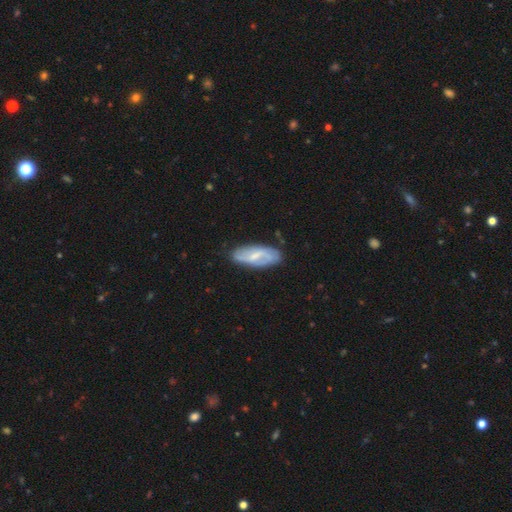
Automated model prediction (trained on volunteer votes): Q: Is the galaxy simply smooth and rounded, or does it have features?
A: featured or disk — 63%.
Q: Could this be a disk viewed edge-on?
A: no — 90%.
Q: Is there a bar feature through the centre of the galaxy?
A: weak — 52%.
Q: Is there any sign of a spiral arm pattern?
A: yes — 82%.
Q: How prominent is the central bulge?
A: small — 53%.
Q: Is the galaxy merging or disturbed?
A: none — 77%.